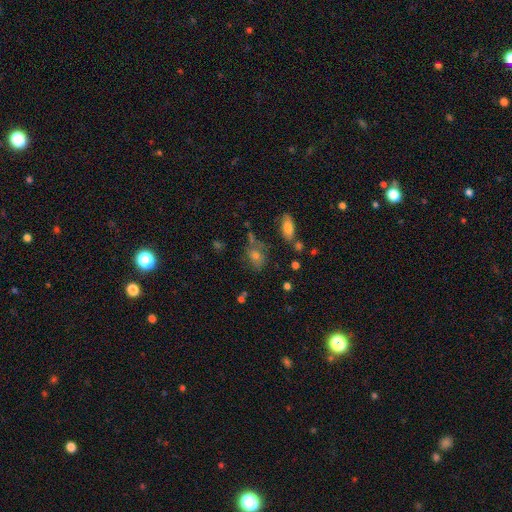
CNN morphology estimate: A smooth galaxy with no disk features (62%) that is in between round and cigar-shaped (55%). Merging: none (62%).